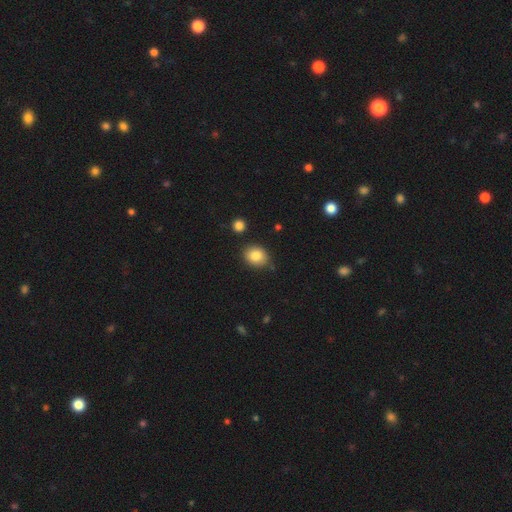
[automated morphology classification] A smooth galaxy with no disk features (85%) that is round (50%).

Vote fractions:
- Smooth or featured? smooth: 85% / star or artifact: 9% / featured or disk: 7%
- How rounded? round: 50% / in between: 49% / cigar-shaped: 1%
- Merging? none: 78% / minor disturbance: 14% / merger: 4% / major disturbance: 3%